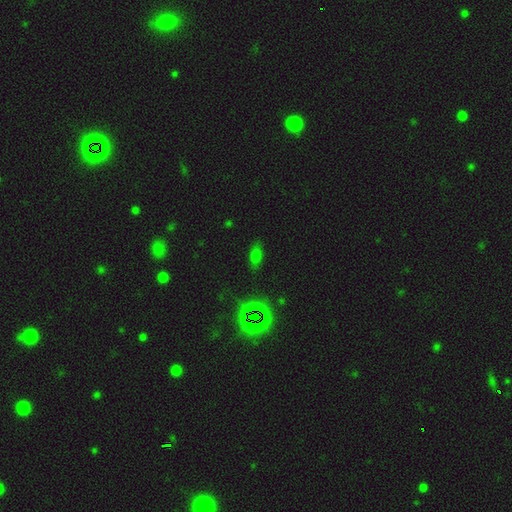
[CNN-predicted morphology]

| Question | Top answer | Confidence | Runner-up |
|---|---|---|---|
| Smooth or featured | smooth | 60% | star or artifact (28%) |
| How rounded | in between | 79% | cigar-shaped (11%) |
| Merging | none | 82% | minor disturbance (13%) |